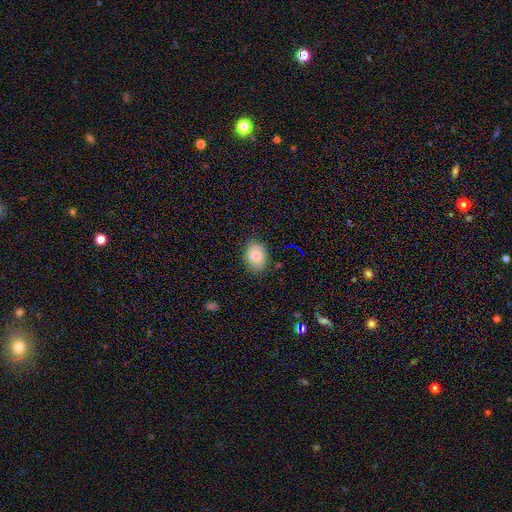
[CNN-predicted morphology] smooth-or-featured: smooth: 78% | featured or disk: 13% | star or artifact: 9%
  how-rounded: in between: 63% | round: 36% | cigar-shaped: 1%
  merging: none: 80% | minor disturbance: 16% | major disturbance: 3% | merger: 1%